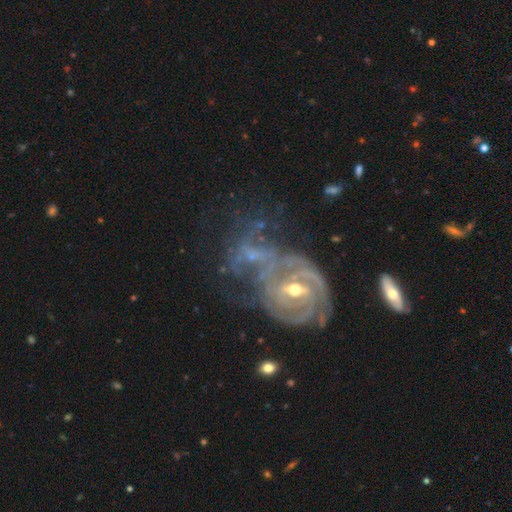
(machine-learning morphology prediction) A featured or disk galaxy (83%) with a weak bar (42%), tight (68%) spiral arms (90%) and a moderate central bulge (51%).

Vote fractions:
- Smooth or featured? featured or disk: 83% / star or artifact: 9% / smooth: 8%
- Edge-on disk? no: 96% / yes: 4%
- Bar? weak: 42% / no: 38% / strong: 20%
- Spiral arms? yes: 90% / no: 10%
- Spiral winding? tight: 68% / medium: 24% / loose: 7%
- Spiral arm count? can't tell: 40% / 2: 26% / 3: 15% / 4: 7% / 1: 6% / more than 4: 6%
- Bulge size? moderate: 51% / small: 43% / large: 3% / none: 2% / dominant: 1%
- Merging? merger: 40% / none: 26% / major disturbance: 19% / minor disturbance: 15%